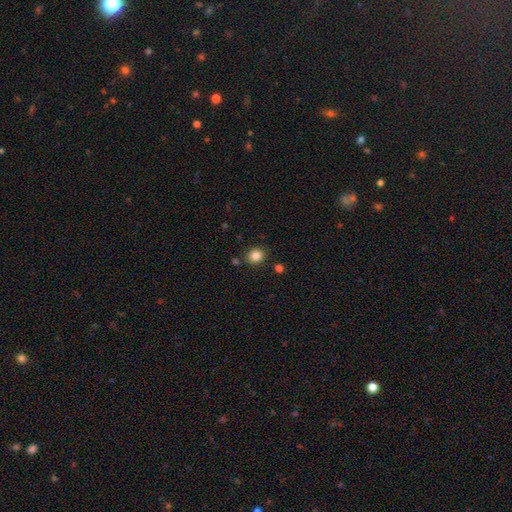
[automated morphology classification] The model was most divided on "how rounded": round: 76%, in between: 24%, cigar-shaped: 1%. More confident: merging — none (86%); smooth or featured — smooth (84%).